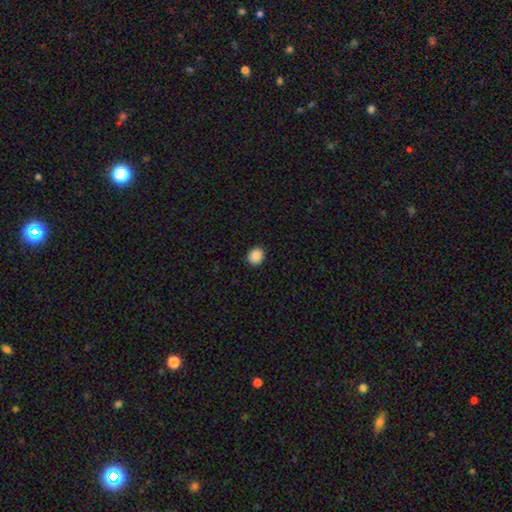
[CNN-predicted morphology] This appears to be a smooth galaxy with no disk features (89%) that is round (70%). Merging: none (91%).